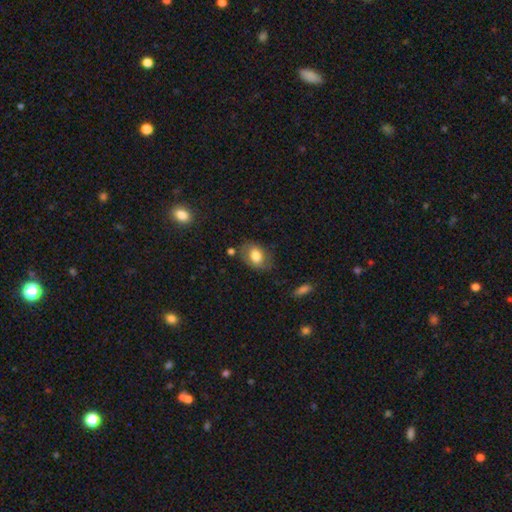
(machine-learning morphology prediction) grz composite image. It shows a smooth galaxy with no disk features (73%) that is in between round and cigar-shaped (79%). Merging: none (65%).